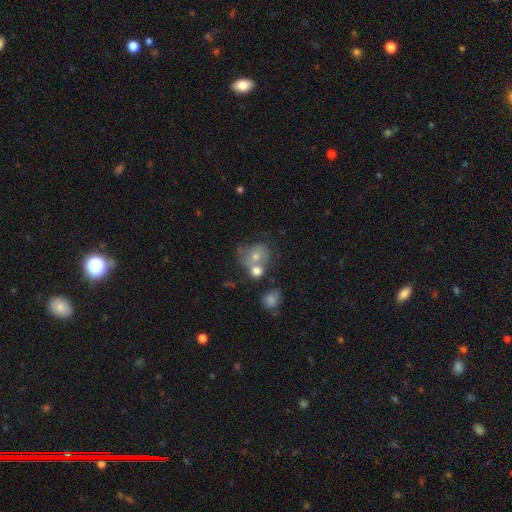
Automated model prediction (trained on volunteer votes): Q: Smooth or featured?
A: smooth (58%); runner-up: featured or disk (28%)
Q: How rounded?
A: round (70%); runner-up: in between (29%)
Q: Merging?
A: merger (40%); runner-up: none (34%)